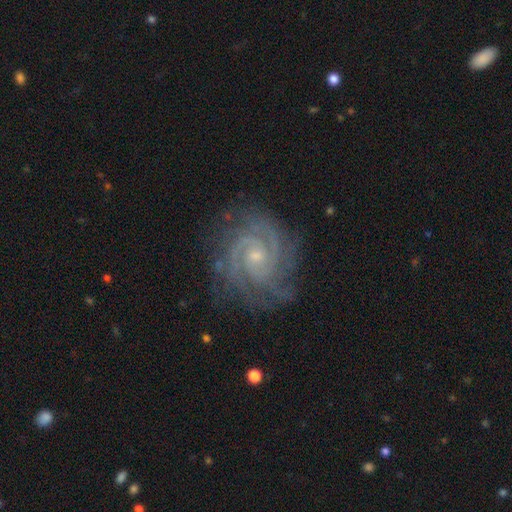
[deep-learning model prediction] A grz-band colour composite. It shows a featured or disk galaxy (92%) with no bar (67%), 2 (48%) tight (73%) spiral arms (99%) and a small central bulge (67%). Merging: none (78%).